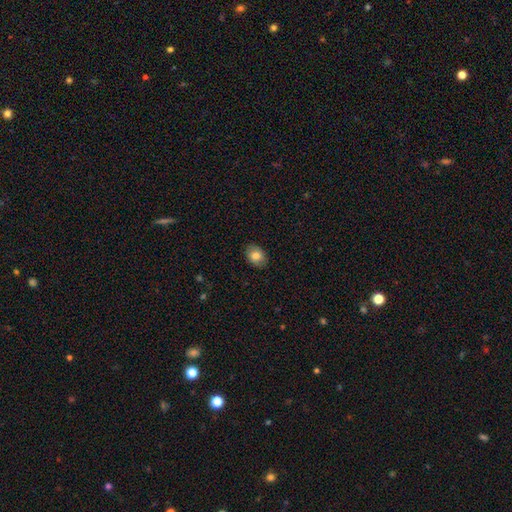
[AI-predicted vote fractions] smooth 82%, featured or disk 10%, star or artifact 8%. Down the decision tree: how rounded — in between (73%); merging — none (87%).